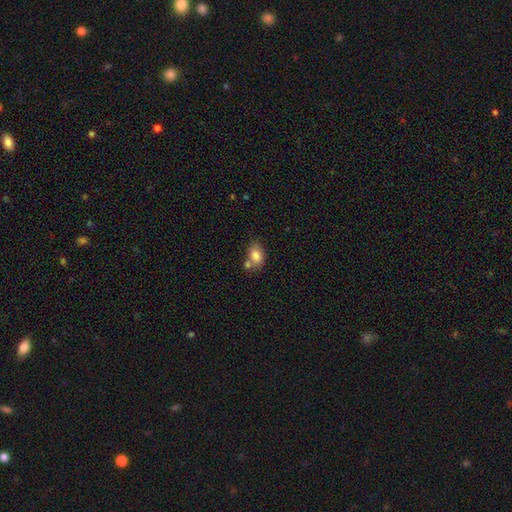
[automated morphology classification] Smooth or featured? smooth (82%)
How rounded? in between (81%)
Merging? none (48%)